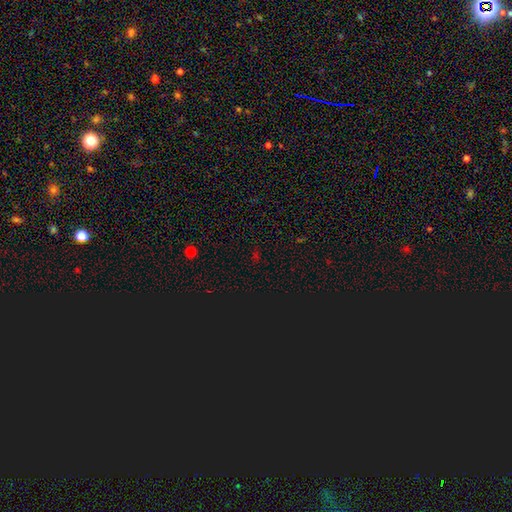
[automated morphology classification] A star or artifact, not a galaxy (68%).